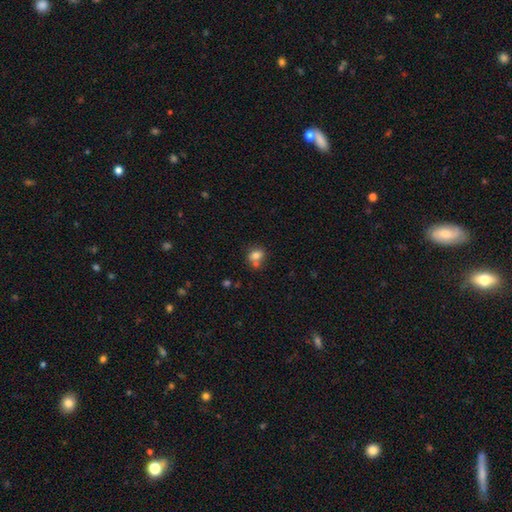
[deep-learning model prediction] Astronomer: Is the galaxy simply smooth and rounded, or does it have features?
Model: smooth — 77%.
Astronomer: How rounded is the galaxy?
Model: in between — 50% (runner-up: round, 49%).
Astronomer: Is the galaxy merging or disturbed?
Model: none — 48% (runner-up: merger, 32%).